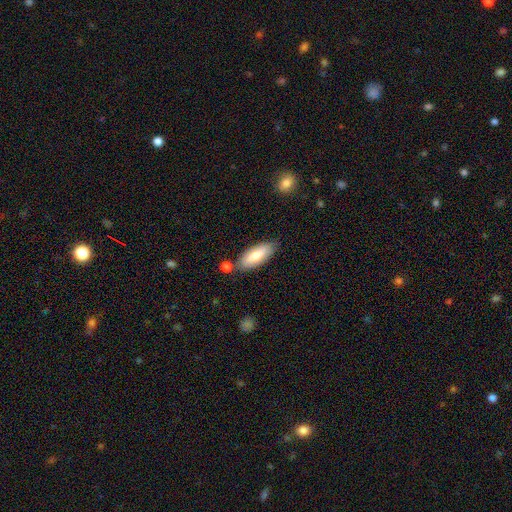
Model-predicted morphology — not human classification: Smooth or featured? Predicted: smooth (p=0.72). How rounded? Predicted: in between (p=0.75). Merging? Predicted: none (p=0.77).